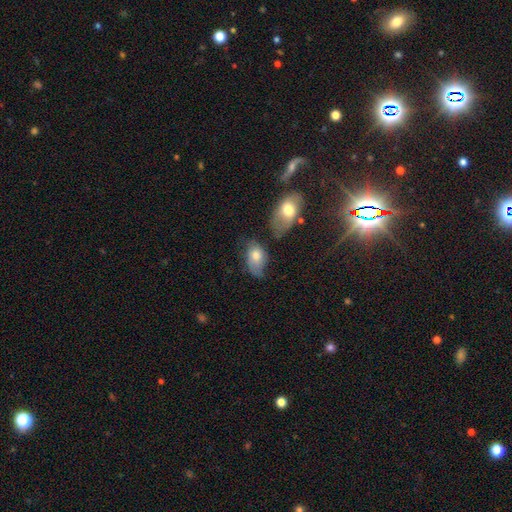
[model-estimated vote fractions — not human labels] Smooth or featured: smooth — 68% (featured or disk — 24%)
How rounded: in between — 88% (round — 10%)
Merging: none — 38% (minor disturbance — 33%)